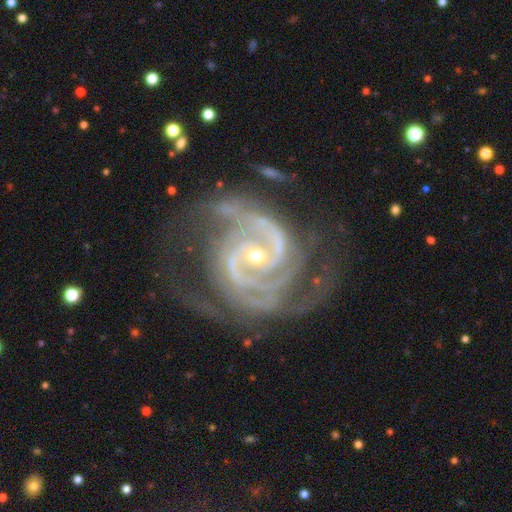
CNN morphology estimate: Smooth or featured?
  - featured or disk: 93% *
  - star or artifact: 5%
  - smooth: 2%
Edge-on disk?
  - no: 98% *
  - yes: 2%
Bar?
  - no: 50% *
  - weak: 32%
  - strong: 17%
Spiral arms?
  - yes: 99% *
  - no: 1%
Spiral winding?
  - tight: 55% *
  - medium: 40%
  - loose: 6%
Spiral arm count?
  - 2: 59% *
  - 3: 17%
  - can't tell: 8%
  - 4: 6%
  - more than 4: 5%
  - 1: 5%
Bulge size?
  - small: 67% *
  - moderate: 30%
  - large: 1%
  - none: 1%
  - dominant: 1%
Merging?
  - none: 62% *
  - minor disturbance: 21%
  - major disturbance: 15%
  - merger: 2%